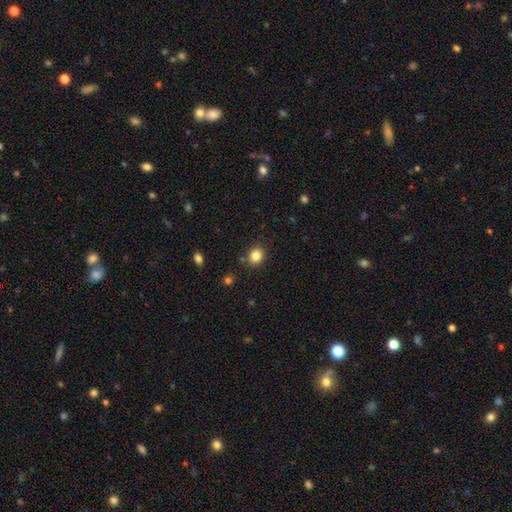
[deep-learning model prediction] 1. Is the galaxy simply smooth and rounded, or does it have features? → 84% smooth, 11% star or artifact, 5% featured or disk.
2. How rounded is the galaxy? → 73% round, 26% in between, 1% cigar-shaped.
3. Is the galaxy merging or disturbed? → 87% none, 8% minor disturbance, 3% merger, 2% major disturbance.